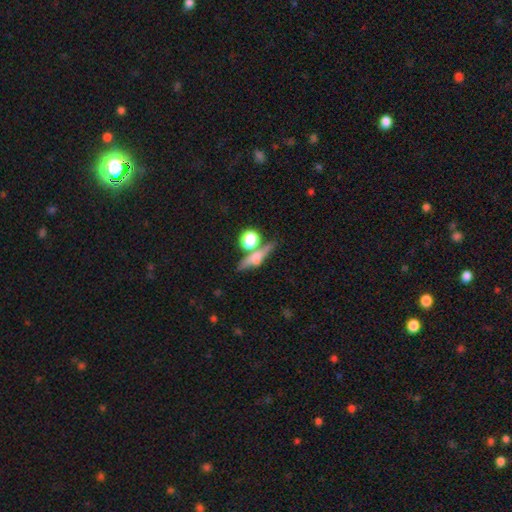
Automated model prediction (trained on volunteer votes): Smooth or featured? smooth (48%)
Merging? none (59%)